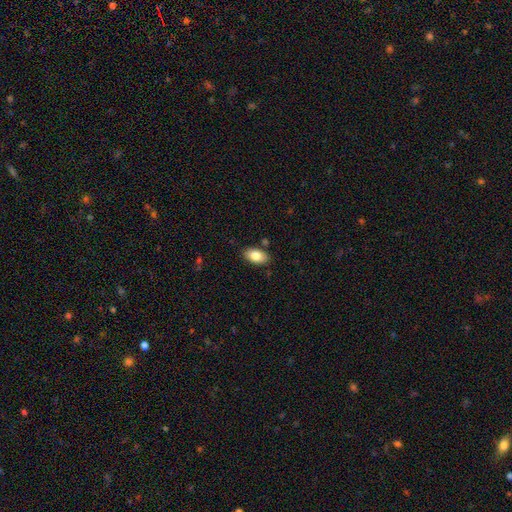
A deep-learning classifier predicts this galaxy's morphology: The model was most divided on "smooth or featured": smooth: 83%, featured or disk: 11%, star or artifact: 7%. More confident: how rounded — in between (93%); merging — none (84%).